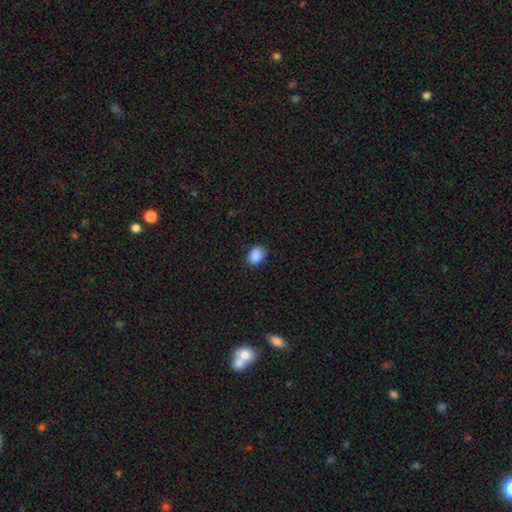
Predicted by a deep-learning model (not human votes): This is clearly a smooth galaxy (89%). How rounded: likely in between (63%). Merging: clearly none (83%).